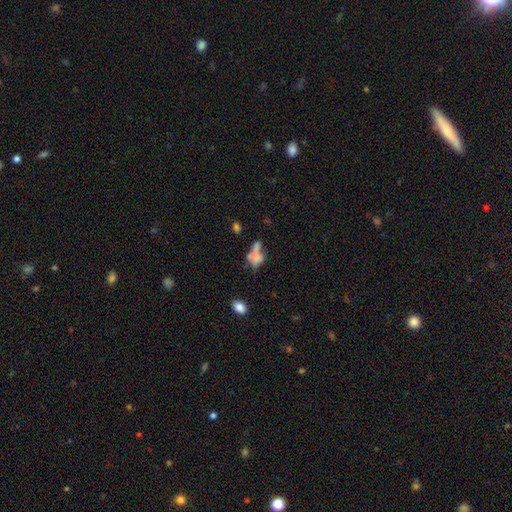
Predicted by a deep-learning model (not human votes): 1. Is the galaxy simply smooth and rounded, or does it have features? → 57% smooth, 29% featured or disk, 13% star or artifact.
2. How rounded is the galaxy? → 76% in between, 17% round, 7% cigar-shaped.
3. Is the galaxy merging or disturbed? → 36% merger, 25% none, 23% major disturbance, 16% minor disturbance.